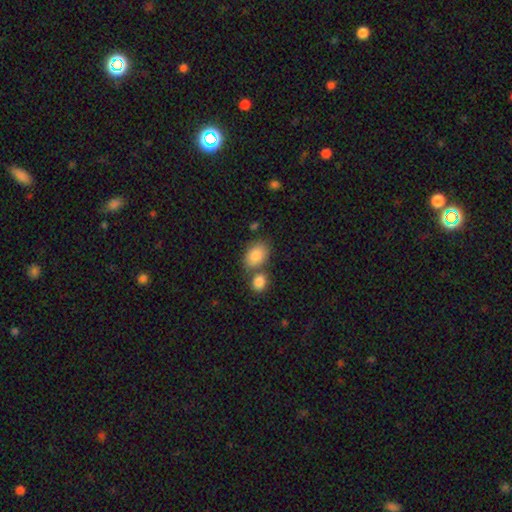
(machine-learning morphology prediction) smooth-or-featured: smooth: 85% | featured or disk: 7% | star or artifact: 7%
  how-rounded: in between: 84% | round: 15% | cigar-shaped: 1%
  merging: none: 52% | merger: 31% | minor disturbance: 13% | major disturbance: 4%